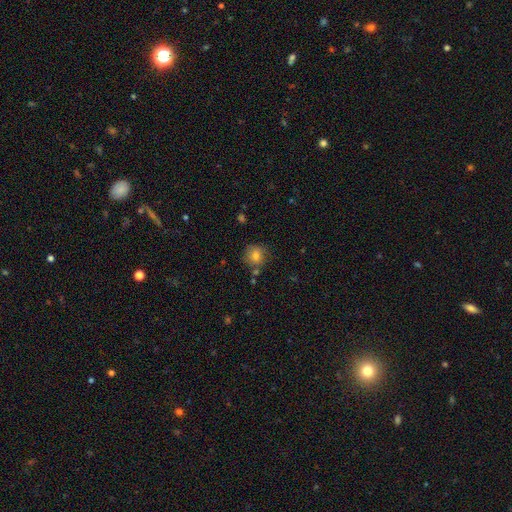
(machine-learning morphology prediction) smooth_or_featured: smooth (p=0.77) [alt: star or artifact p=0.11]
how_rounded: round (p=0.89) [alt: in between p=0.10]
merging: none (p=0.76) [alt: minor disturbance p=0.14]